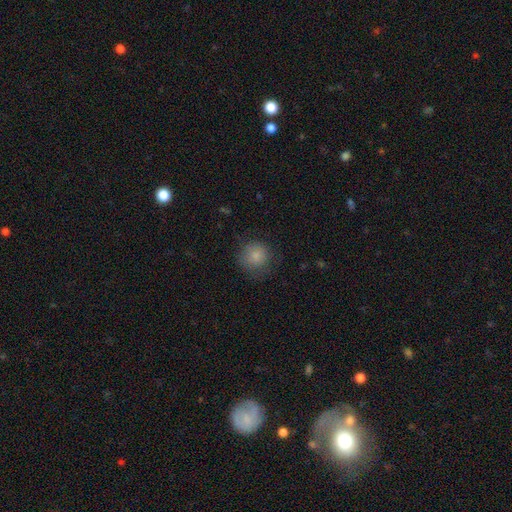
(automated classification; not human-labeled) Smooth or featured: smooth — 84% (star or artifact — 10%)
How rounded: round — 92% (in between — 7%)
Merging: none — 77% (minor disturbance — 16%)